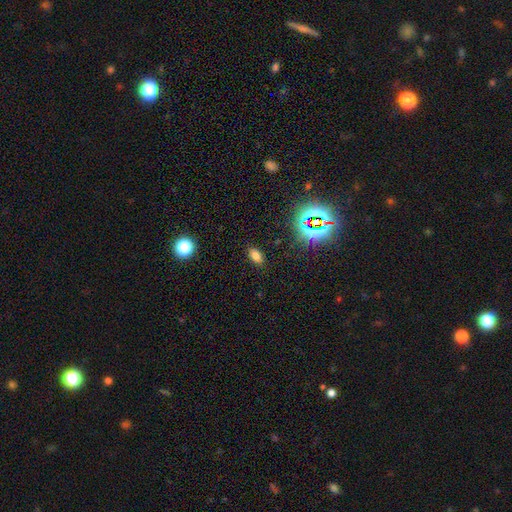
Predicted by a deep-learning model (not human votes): smooth 73%, star or artifact 20%, featured or disk 7%. Down the decision tree: how rounded — in between (88%); merging — none (87%).